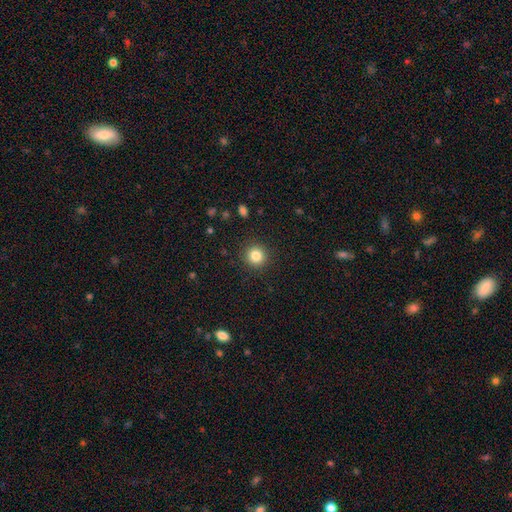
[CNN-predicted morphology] The model was most divided on "smooth or featured": smooth: 83%, star or artifact: 11%, featured or disk: 6%. More confident: how rounded — round (94%); merging — none (91%).